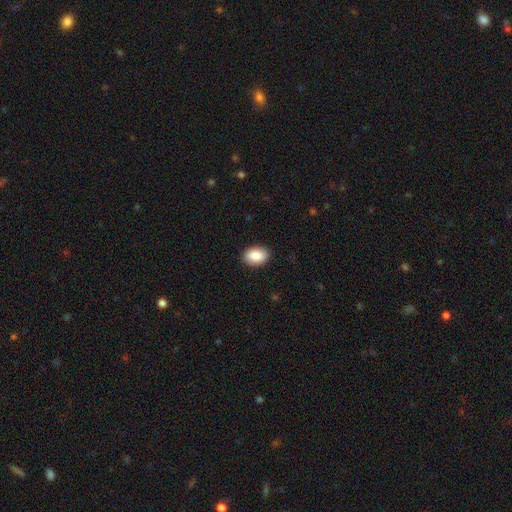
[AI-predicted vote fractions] Smooth or featured? smooth (87%)
How rounded? in between (84%)
Merging? none (90%)